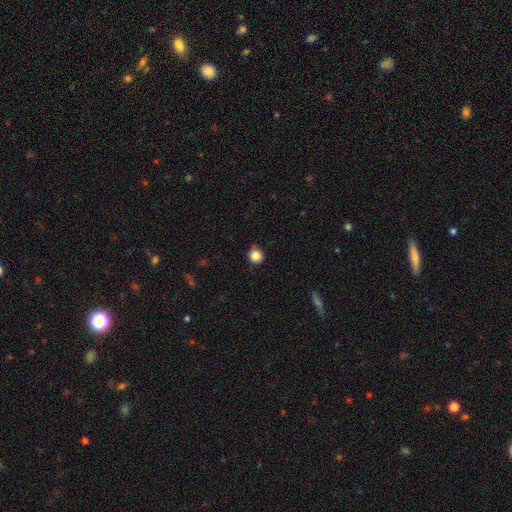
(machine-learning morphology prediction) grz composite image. It shows a smooth galaxy with no disk features (85%) that is round (90%). Merging: none (84%).